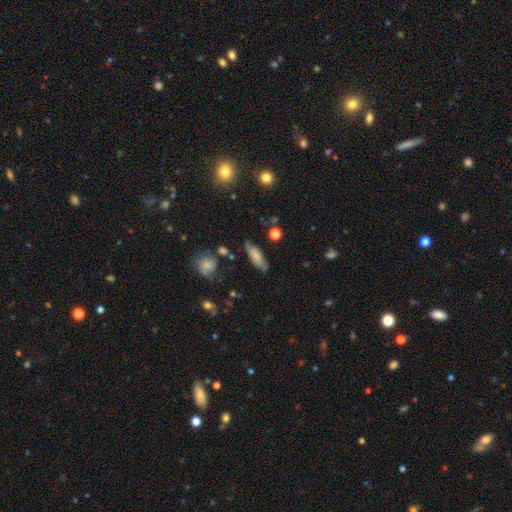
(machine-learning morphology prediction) Overall: smooth (67%). How rounded: in between (58%; cigar-shaped 39%). Merging: none (72%).